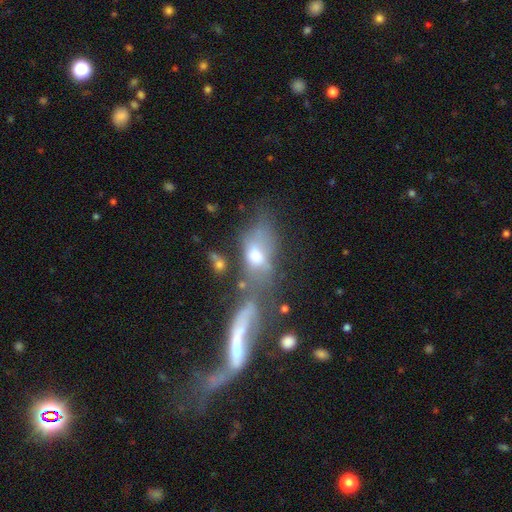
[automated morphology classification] Smooth or featured? smooth (45%)
Merging? merger (45%)